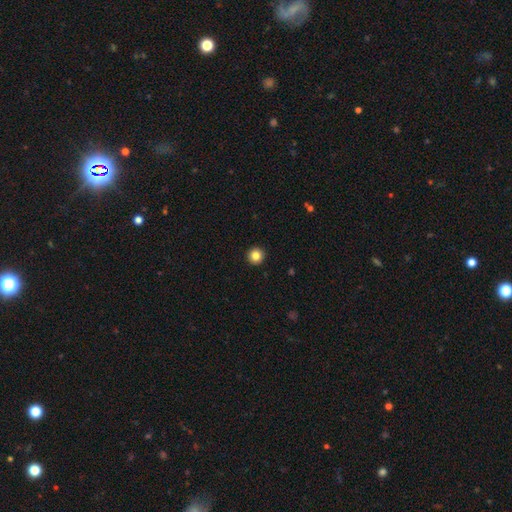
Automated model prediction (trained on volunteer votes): Smooth or featured?
  - smooth: 84% *
  - star or artifact: 10%
  - featured or disk: 5%
How rounded?
  - round: 96% *
  - in between: 3%
  - cigar-shaped: 1%
Merging?
  - none: 94% *
  - minor disturbance: 4%
  - major disturbance: 1%
  - merger: 1%